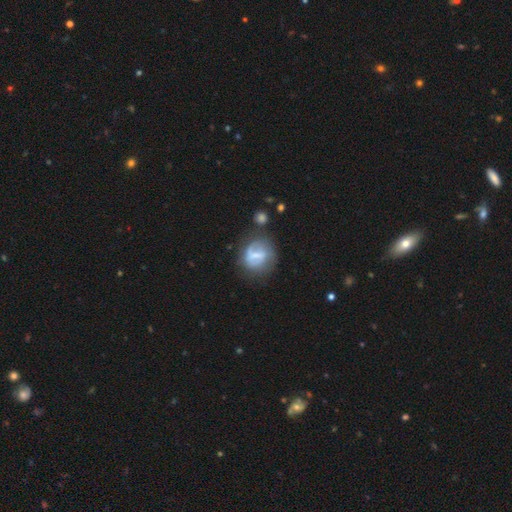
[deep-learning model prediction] smooth-or-featured: featured or disk: 52% | smooth: 40% | star or artifact: 8%
  disk-edge-on: no: 96% | yes: 4%
  merging: none: 52% | minor disturbance: 24% | major disturbance: 17% | merger: 7%